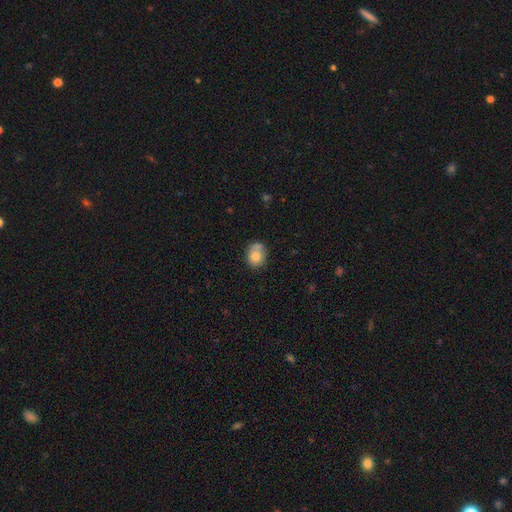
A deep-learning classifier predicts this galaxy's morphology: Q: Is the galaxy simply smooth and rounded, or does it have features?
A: smooth — 78%.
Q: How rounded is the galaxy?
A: round — 61%.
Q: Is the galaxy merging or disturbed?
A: none — 48%.